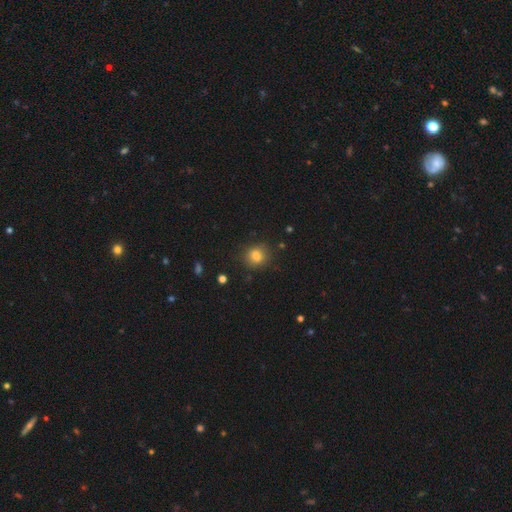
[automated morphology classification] Smooth or featured? smooth (81%)
How rounded? round (74%)
Merging? none (82%)